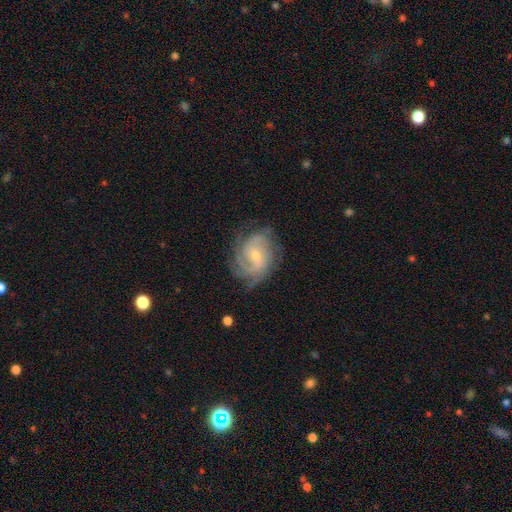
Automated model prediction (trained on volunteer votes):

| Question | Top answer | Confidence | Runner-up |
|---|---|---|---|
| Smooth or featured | featured or disk | 83% | smooth (11%) |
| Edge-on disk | no | 97% | yes (3%) |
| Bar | no | 52% | weak (40%) |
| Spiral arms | yes | 95% | no (5%) |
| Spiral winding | tight | 55% | medium (35%) |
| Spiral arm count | can't tell | 31% | 3 (24%) |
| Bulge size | small | 59% | moderate (37%) |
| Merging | none | 69% | minor disturbance (20%) |